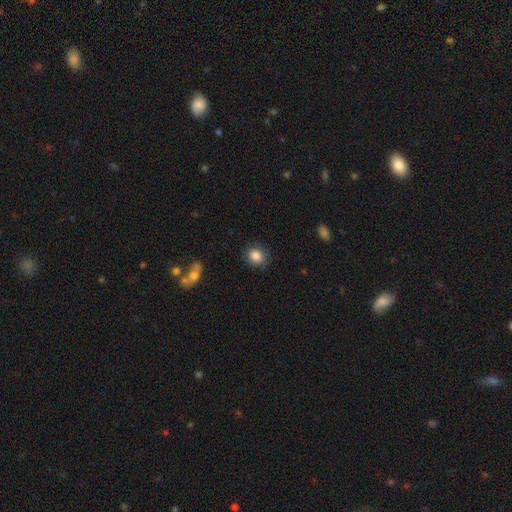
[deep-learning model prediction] Q: Smooth or featured?
A: smooth (86%); runner-up: star or artifact (9%)
Q: How rounded?
A: round (72%); runner-up: in between (27%)
Q: Merging?
A: none (84%); runner-up: minor disturbance (12%)